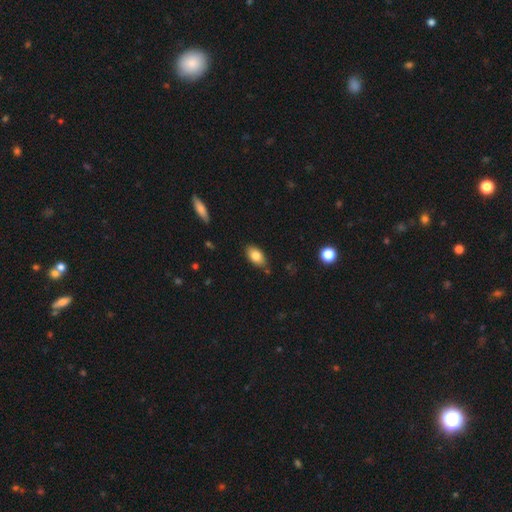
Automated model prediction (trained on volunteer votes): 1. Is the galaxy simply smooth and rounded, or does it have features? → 81% smooth, 12% featured or disk, 8% star or artifact.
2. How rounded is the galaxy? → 91% in between, 6% round, 3% cigar-shaped.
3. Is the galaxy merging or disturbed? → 82% none, 14% minor disturbance, 2% major disturbance, 2% merger.